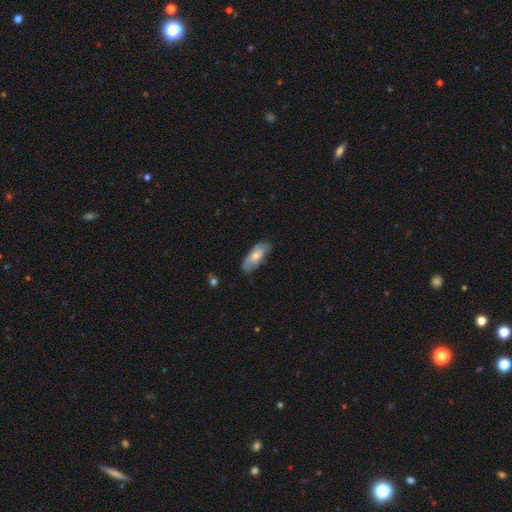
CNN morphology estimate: This is likely a smooth galaxy (69%). How rounded: likely in between (77%). Merging: likely none (65%).